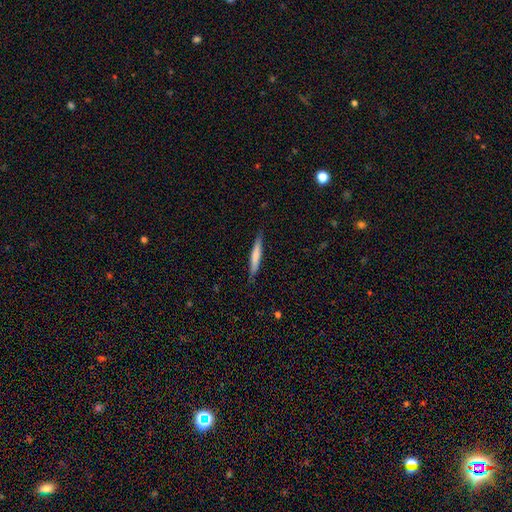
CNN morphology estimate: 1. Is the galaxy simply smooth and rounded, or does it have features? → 67% smooth, 27% featured or disk, 5% star or artifact.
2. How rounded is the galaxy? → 94% cigar-shaped, 5% in between, 1% round.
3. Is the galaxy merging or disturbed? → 86% none, 11% minor disturbance, 2% major disturbance, 1% merger.